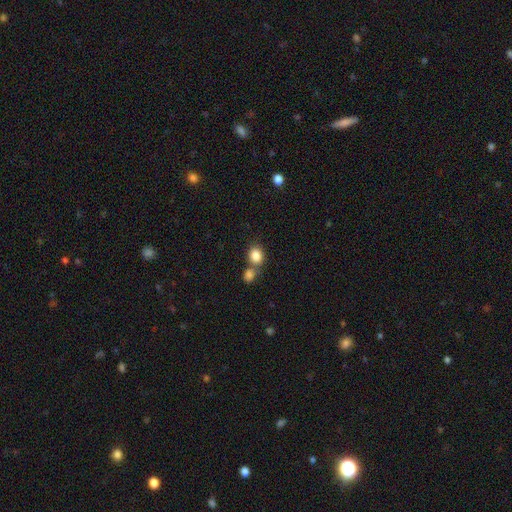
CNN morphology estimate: This is clearly a smooth galaxy (85%). How rounded: possibly round (59%). Merging: possibly none (49%).